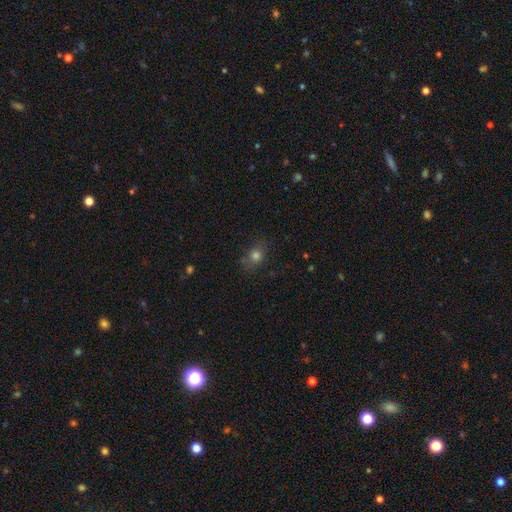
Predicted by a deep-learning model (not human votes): A smooth galaxy with no disk features (73%) that is round (55%).

Vote fractions:
- Smooth or featured? smooth: 73% / star or artifact: 17% / featured or disk: 10%
- How rounded? round: 55% / in between: 43% / cigar-shaped: 3%
- Merging? none: 77% / minor disturbance: 16% / major disturbance: 5% / merger: 2%